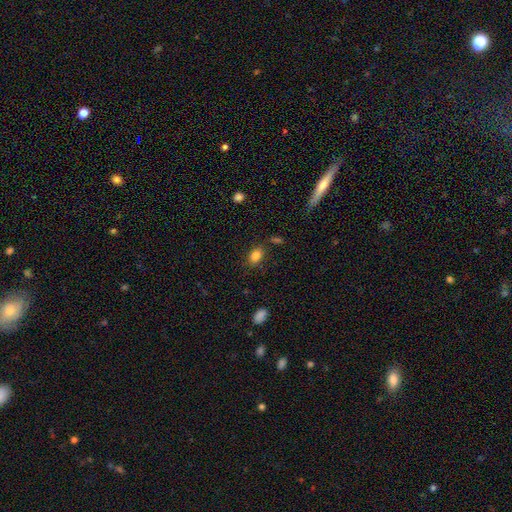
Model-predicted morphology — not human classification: A smooth galaxy with no disk features (84%) that is in between round and cigar-shaped (77%).

Vote fractions:
- Smooth or featured? smooth: 84% / star or artifact: 10% / featured or disk: 6%
- How rounded? in between: 77% / round: 22% / cigar-shaped: 1%
- Merging? none: 80% / minor disturbance: 13% / major disturbance: 4% / merger: 3%